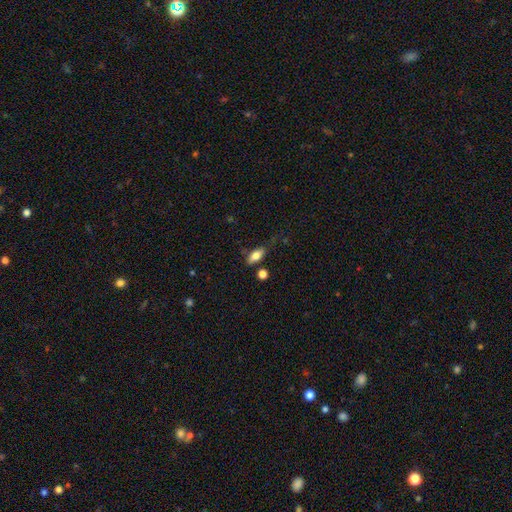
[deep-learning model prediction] Smooth or featured? smooth (76%)
How rounded? in between (84%)
Merging? none (66%)